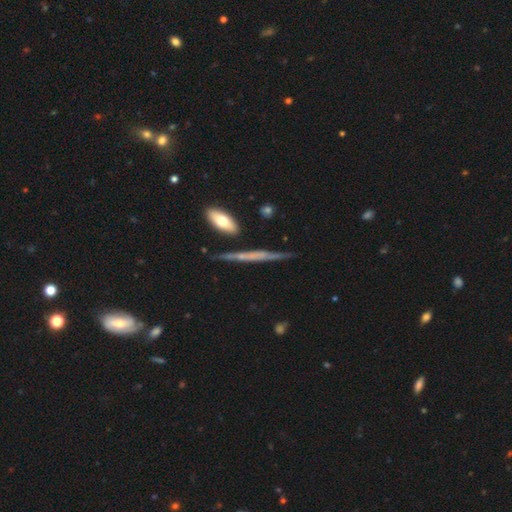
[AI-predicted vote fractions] Smooth or featured? featured or disk (61%)
Edge-on disk? yes (92%)
Edge-on bulge? none (60%)
Merging? none (76%)